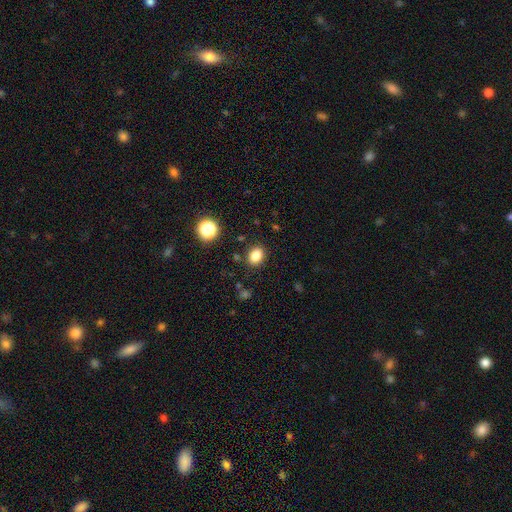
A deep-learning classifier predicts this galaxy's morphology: The model was most divided on "how rounded": in between: 62%, round: 37%, cigar-shaped: 1%. More confident: merging — none (86%); smooth or featured — smooth (82%).